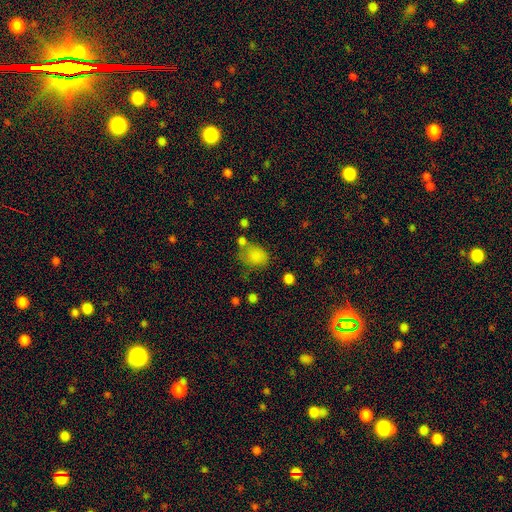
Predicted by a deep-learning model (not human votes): Overall: smooth (80%). How rounded: in between (52%; round 47%). Merging: none (48%; minor disturbance 23%).